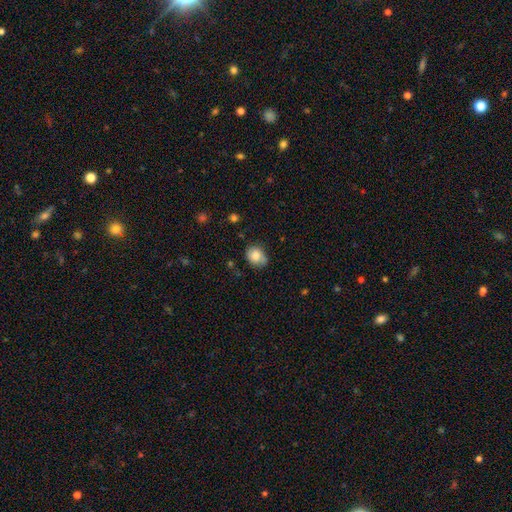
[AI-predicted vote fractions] smooth 83%, featured or disk 9%, star or artifact 9%. Down the decision tree: how rounded — round (58%); merging — none (65%).